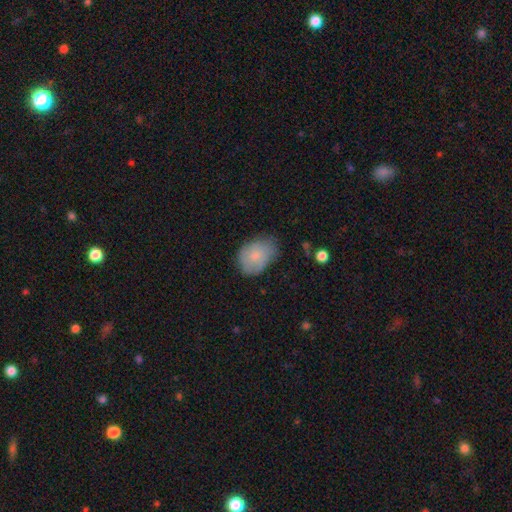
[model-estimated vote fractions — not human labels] Smooth or featured? smooth (76%)
How rounded? in between (75%)
Merging? none (57%)